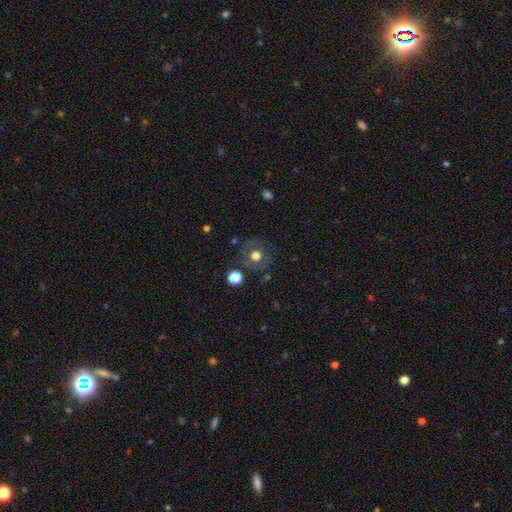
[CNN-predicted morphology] This is likely a smooth galaxy (64%). How rounded: clearly round (87%). Merging: likely none (80%).